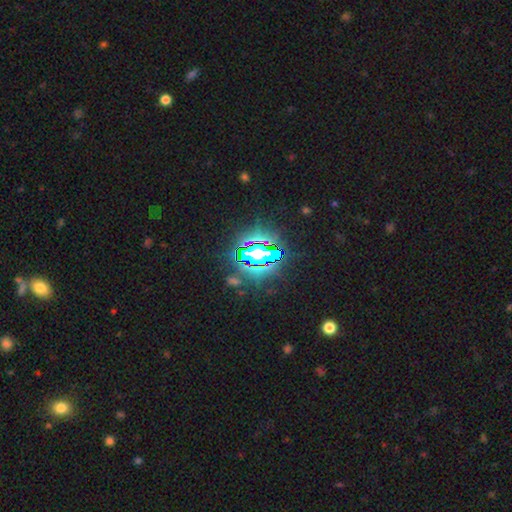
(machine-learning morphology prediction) Smooth or featured?
  - star or artifact: 83% *
  - smooth: 9%
  - featured or disk: 8%